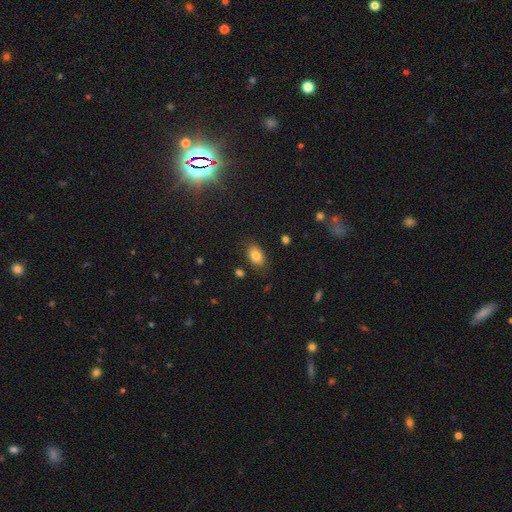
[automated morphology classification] This appears to be a smooth galaxy with no disk features (82%) that is in between round and cigar-shaped (89%). Merging: none (82%).